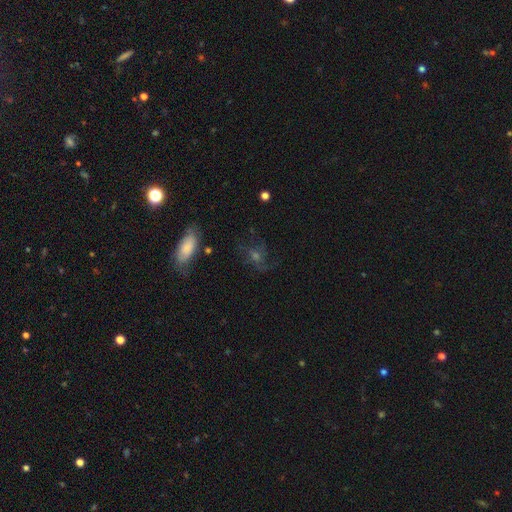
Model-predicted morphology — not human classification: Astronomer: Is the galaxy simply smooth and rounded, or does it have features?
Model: featured or disk — 46% (runner-up: smooth, 28%).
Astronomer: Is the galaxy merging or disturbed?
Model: none — 66%.